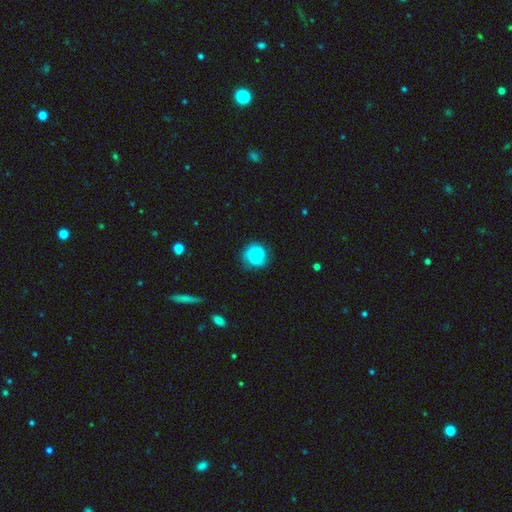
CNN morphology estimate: A smooth galaxy with no disk features (68%) that is round (87%). Merging: none (72%).